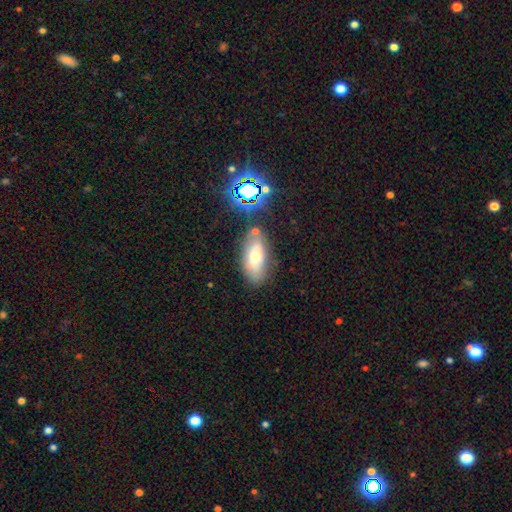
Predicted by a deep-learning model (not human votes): A smooth galaxy with no disk features (61%) that is in between round and cigar-shaped (85%).

Vote fractions:
- Smooth or featured? smooth: 61% / featured or disk: 23% / star or artifact: 16%
- How rounded? in between: 85% / cigar-shaped: 11% / round: 5%
- Merging? none: 72% / minor disturbance: 16% / merger: 8% / major disturbance: 5%